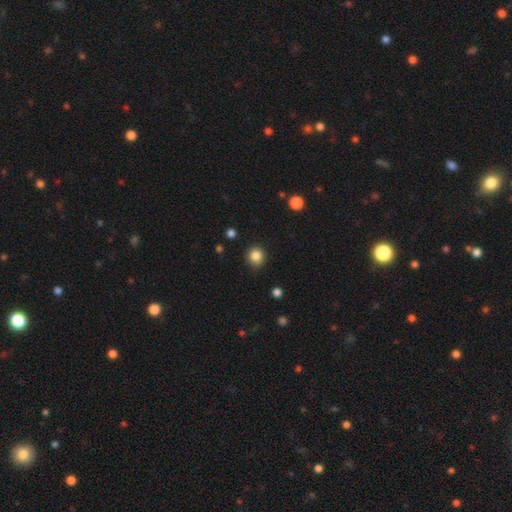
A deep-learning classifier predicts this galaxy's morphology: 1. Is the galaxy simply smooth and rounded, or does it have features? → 85% smooth, 11% star or artifact, 4% featured or disk.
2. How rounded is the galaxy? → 89% round, 10% in between, 1% cigar-shaped.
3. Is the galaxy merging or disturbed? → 88% none, 9% minor disturbance, 2% major disturbance, 1% merger.